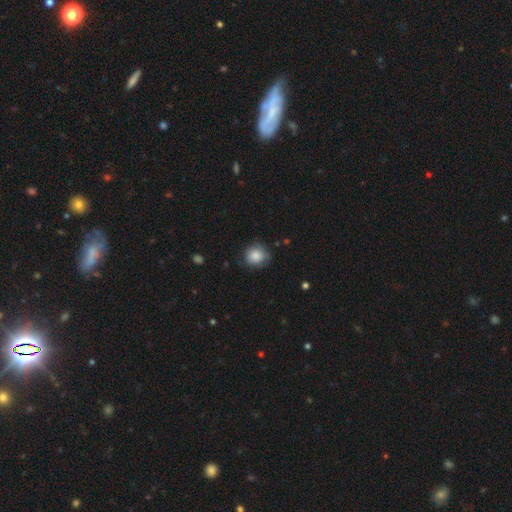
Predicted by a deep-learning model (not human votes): Overall: smooth (83%). How rounded: round (85%). Merging: none (71%).